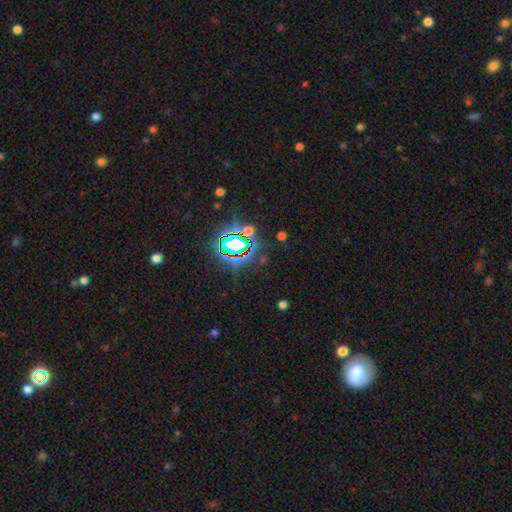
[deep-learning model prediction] This is clearly a star or artifact rather than a galaxy (83%).